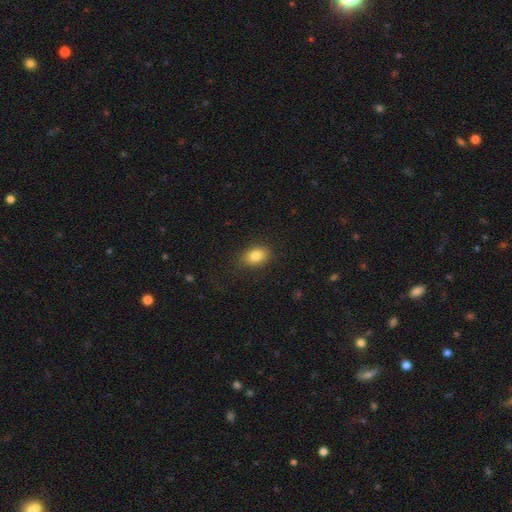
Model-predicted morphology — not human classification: type=smooth (84%); roundness=in between (74%); merging=none (81%).